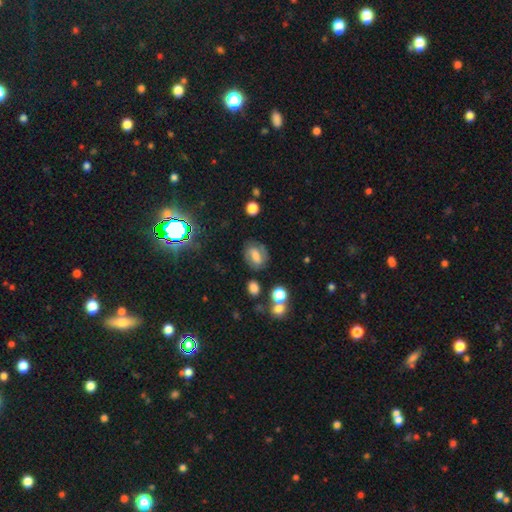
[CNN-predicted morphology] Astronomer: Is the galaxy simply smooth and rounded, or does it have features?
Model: smooth — 51% (runner-up: featured or disk, 35%).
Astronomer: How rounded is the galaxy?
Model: in between — 67%.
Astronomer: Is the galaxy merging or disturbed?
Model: none — 69%.